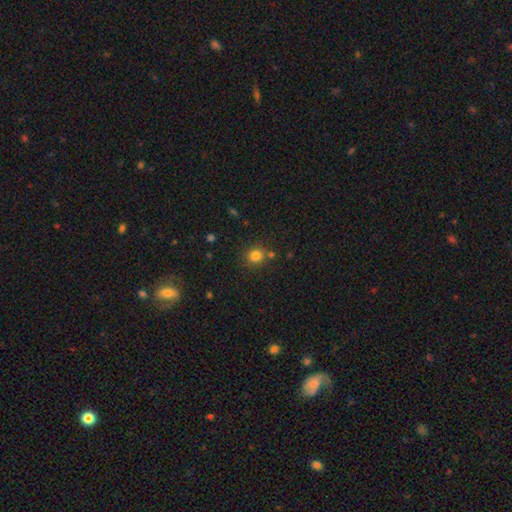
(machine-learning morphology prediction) A smooth galaxy with no disk features (81%) that is round (83%). Merging: none (75%).